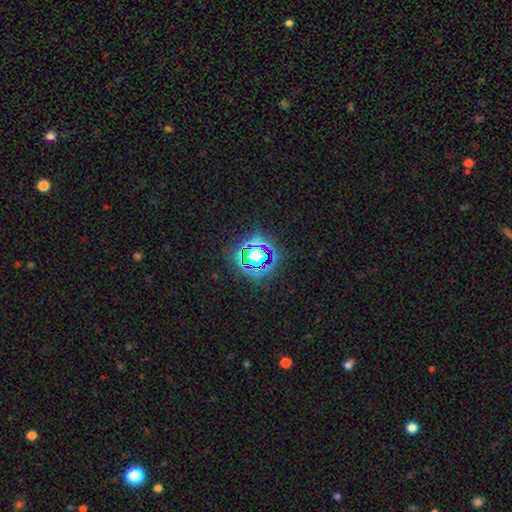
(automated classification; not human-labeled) A star or artifact, not a galaxy (64%).